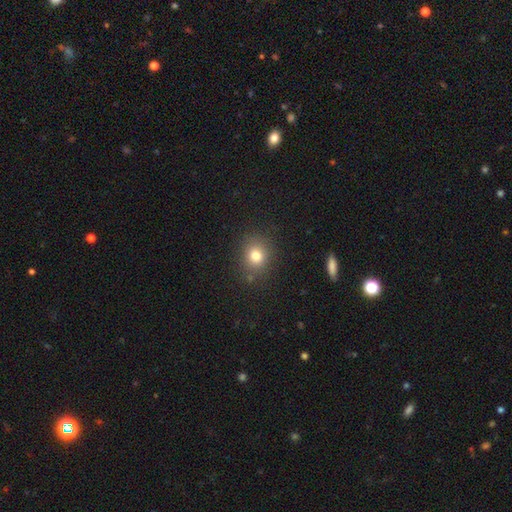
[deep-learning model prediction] Morphology: type=smooth (78%); roundness=round (74%); merging=none (84%).